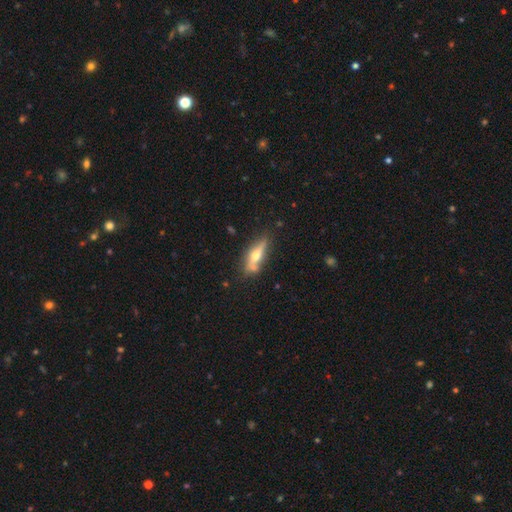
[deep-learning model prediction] smooth-or-featured: featured or disk: 60% | smooth: 34% | star or artifact: 6%
  disk-edge-on: yes: 85% | no: 15%
    edge-on-bulge: rounded: 94% | boxy: 3% | none: 3%
  merging: none: 68% | minor disturbance: 18% | merger: 9% | major disturbance: 5%